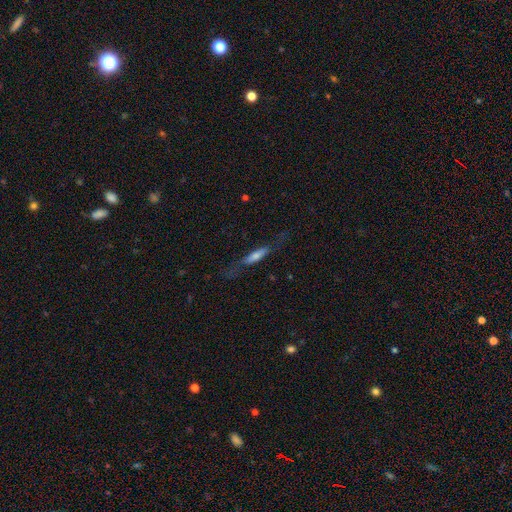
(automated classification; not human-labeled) Smooth or featured: featured or disk — 52% (smooth — 39%)
Edge-on disk: yes — 78% (no — 22%)
Merging: none — 68% (minor disturbance — 18%)